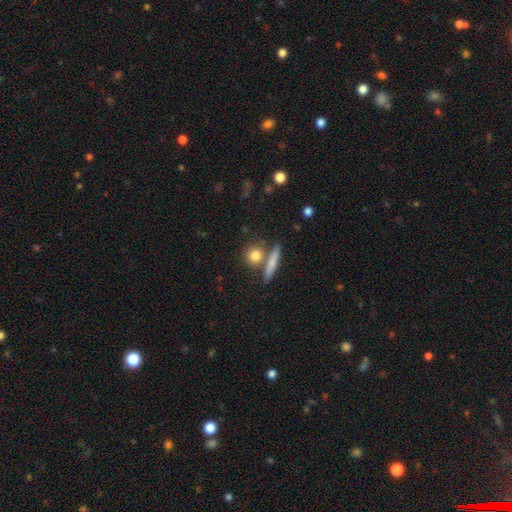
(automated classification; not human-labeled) Q: Smooth or featured?
A: smooth (80%); runner-up: featured or disk (12%)
Q: How rounded?
A: round (65%); runner-up: in between (18%)
Q: Merging?
A: none (66%); runner-up: merger (20%)